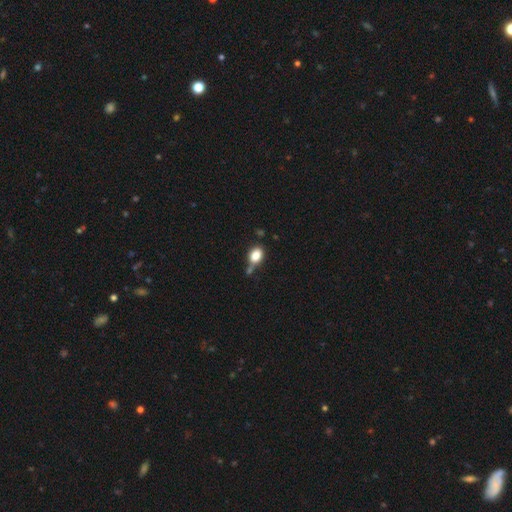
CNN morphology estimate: This is clearly a smooth galaxy (83%). How rounded: likely in between (72%). Merging: possibly none (50%).